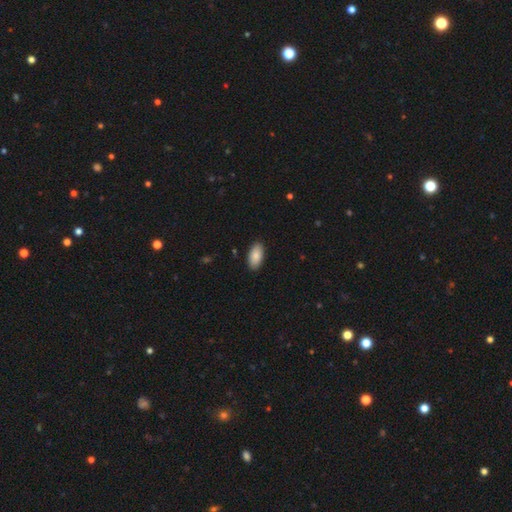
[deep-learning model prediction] A smooth galaxy with no disk features (88%) that is in between round and cigar-shaped (94%). Merging: none (89%).